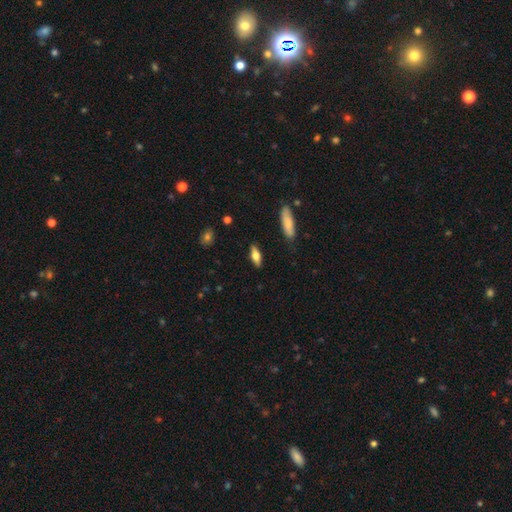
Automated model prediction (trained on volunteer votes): A smooth galaxy with no disk features (60%) that is in between round and cigar-shaped (64%). Merging: none (86%).